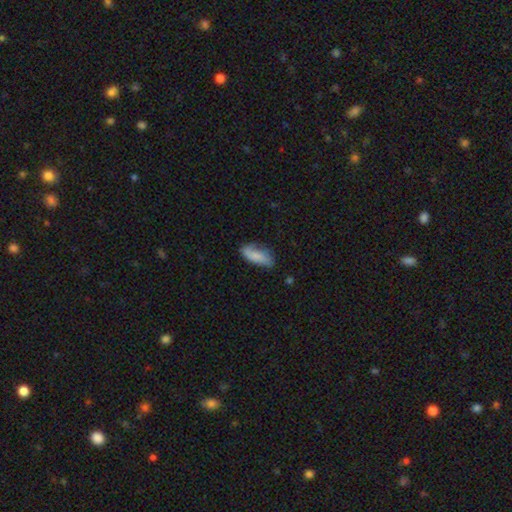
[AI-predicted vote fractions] A smooth galaxy with no disk features (71%) that is in between round and cigar-shaped (82%).

Vote fractions:
- Smooth or featured? smooth: 71% / featured or disk: 23% / star or artifact: 7%
- How rounded? in between: 82% / cigar-shaped: 16% / round: 2%
- Merging? none: 61% / minor disturbance: 29% / major disturbance: 8% / merger: 2%